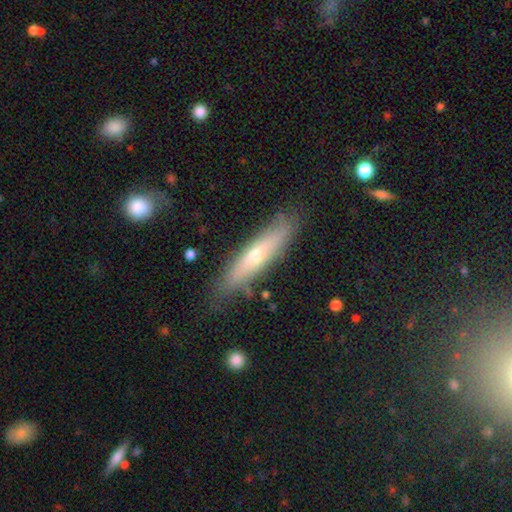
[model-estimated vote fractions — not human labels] featured or disk 49%, smooth 44%, star or artifact 7%. Down the decision tree: merging — none (82%).